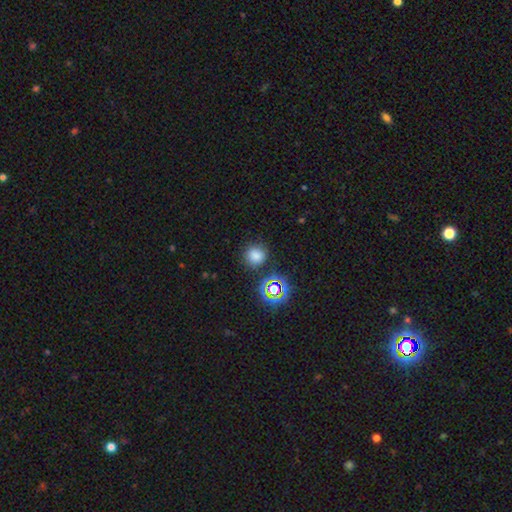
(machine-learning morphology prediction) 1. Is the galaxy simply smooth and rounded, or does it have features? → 74% smooth, 20% star or artifact, 6% featured or disk.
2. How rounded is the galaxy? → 89% round, 10% in between, 1% cigar-shaped.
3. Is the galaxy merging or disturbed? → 82% none, 10% minor disturbance, 4% merger, 4% major disturbance.